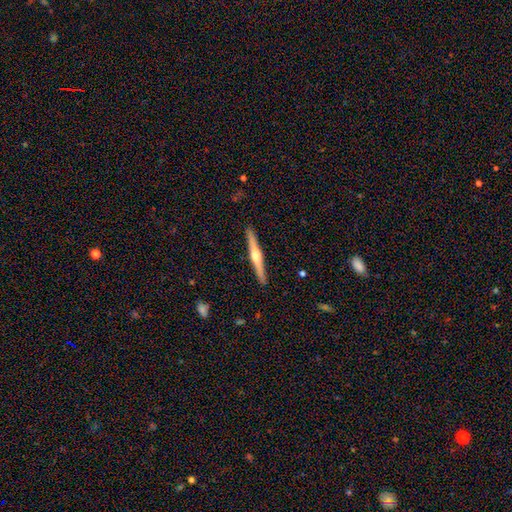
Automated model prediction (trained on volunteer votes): A featured or disk galaxy (74%) viewed edge-on (98%) with a rounded central bulge (93%).

Vote fractions:
- Smooth or featured? featured or disk: 74% / smooth: 21% / star or artifact: 5%
- Edge-on disk? yes: 98% / no: 2%
- Edge-on bulge? rounded: 93% / none: 4% / boxy: 3%
- Merging? none: 92% / minor disturbance: 5% / major disturbance: 1% / merger: 1%